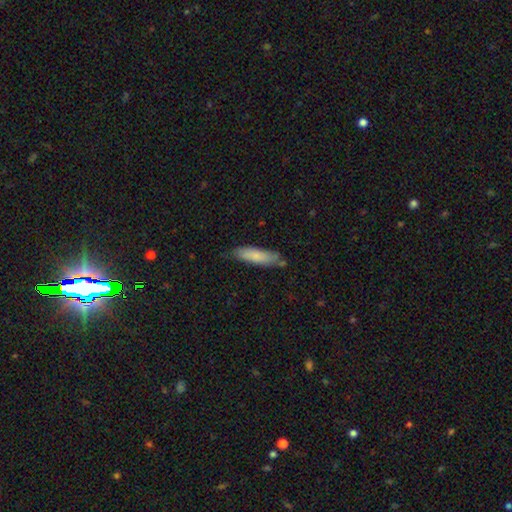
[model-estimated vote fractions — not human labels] The model was most divided on "how rounded": cigar-shaped: 62%, in between: 36%, round: 2%. More confident: smooth or featured — smooth (80%); merging — none (75%).